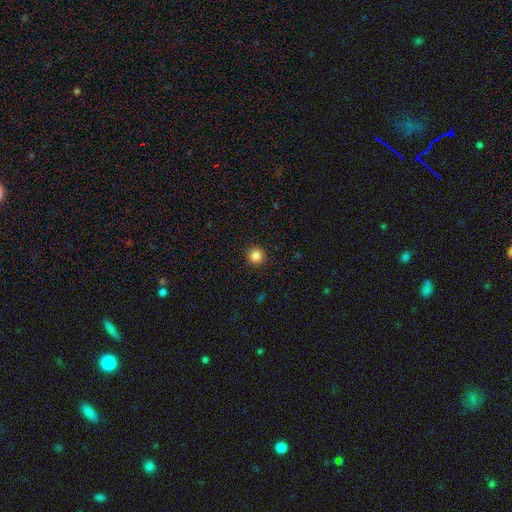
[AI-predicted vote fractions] This appears to be a smooth galaxy with no disk features (86%) that is round (95%). Merging: none (92%).